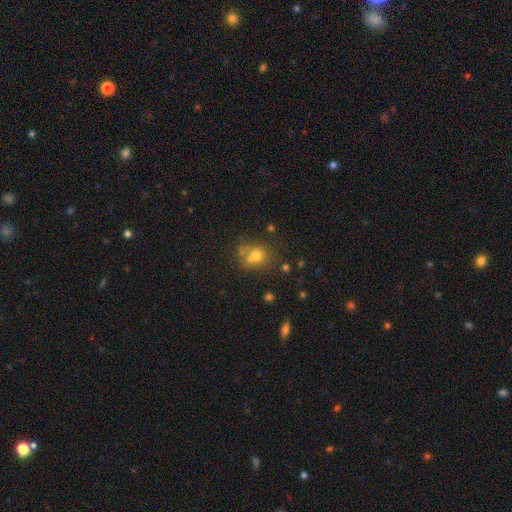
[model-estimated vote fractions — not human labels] Smooth or featured: smooth — 67% (star or artifact — 17%)
How rounded: round — 73% (in between — 26%)
Merging: none — 49% (merger — 31%)